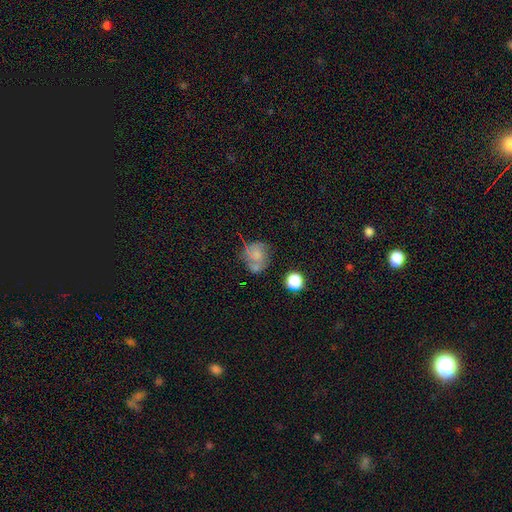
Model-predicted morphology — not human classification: type=smooth (54%); roundness=round (69%); merging=none (44%).